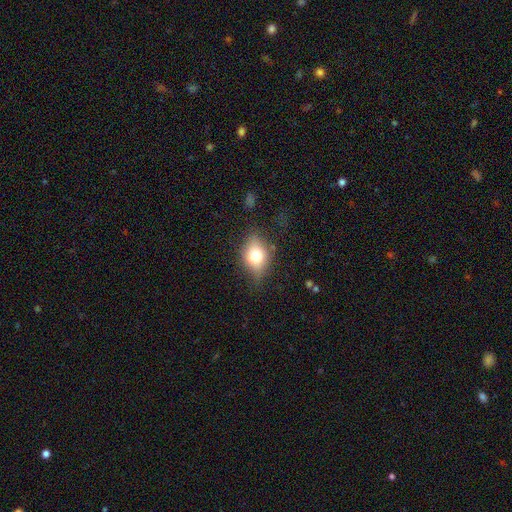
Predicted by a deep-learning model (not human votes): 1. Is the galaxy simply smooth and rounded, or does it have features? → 67% smooth, 24% featured or disk, 10% star or artifact.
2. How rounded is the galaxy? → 68% in between, 29% round, 3% cigar-shaped.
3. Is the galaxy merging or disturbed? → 65% none, 24% minor disturbance, 9% major disturbance, 2% merger.